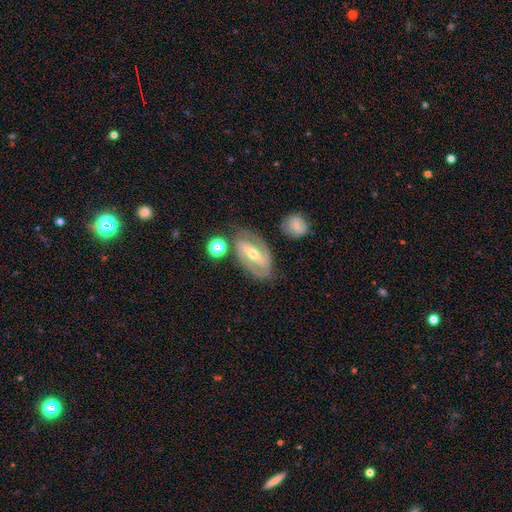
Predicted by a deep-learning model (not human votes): Smooth or featured: featured or disk — 82% (smooth — 12%)
Edge-on disk: no — 94% (yes — 6%)
Bar: strong — 58% (weak — 27%)
Spiral arms: yes — 91% (no — 9%)
Spiral winding: medium — 44% (tight — 40%)
Spiral arm count: 2 — 85% (can't tell — 8%)
Bulge size: moderate — 54% (small — 42%)
Merging: none — 76% (minor disturbance — 14%)